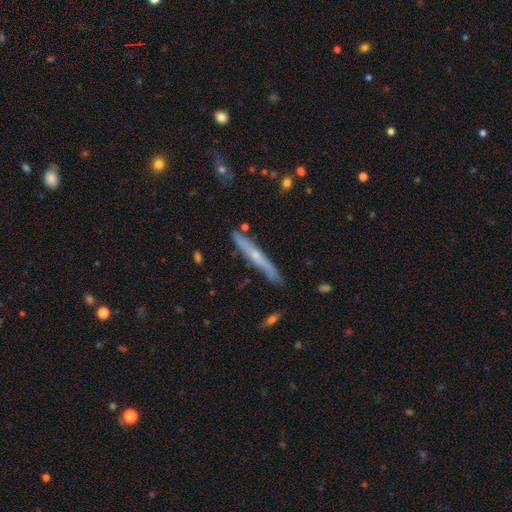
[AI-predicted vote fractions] The model was most divided on "edge-on bulge": rounded: 60%, none: 36%, boxy: 3%. More confident: edge-on disk — yes (93%); merging — none (82%); smooth or featured — featured or disk (62%).